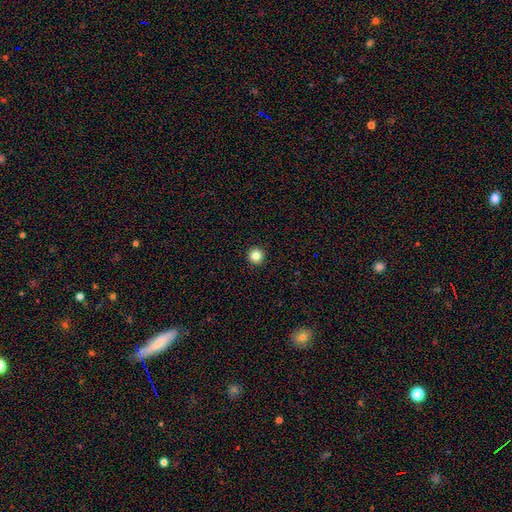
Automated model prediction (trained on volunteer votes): This appears to be a smooth galaxy with no disk features (83%) that is round (96%). Merging: none (94%).